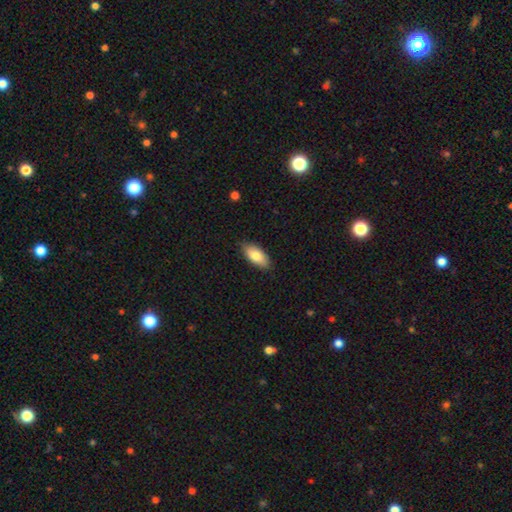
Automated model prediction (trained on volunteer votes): Q: Smooth or featured?
A: smooth (80%); runner-up: featured or disk (14%)
Q: How rounded?
A: in between (89%); runner-up: cigar-shaped (8%)
Q: Merging?
A: none (86%); runner-up: minor disturbance (11%)